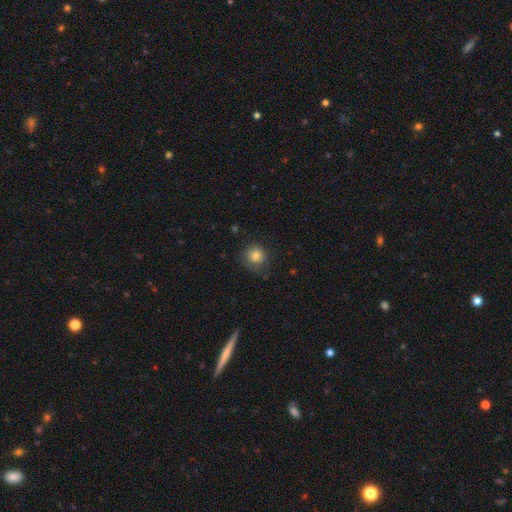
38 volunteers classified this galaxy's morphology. This is clearly a smooth galaxy (84%). How rounded: clearly round (81%). Merging: possibly none (53%).